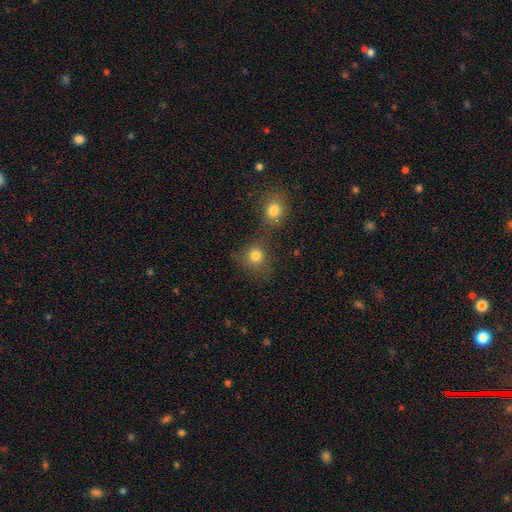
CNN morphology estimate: smooth_or_featured: smooth (p=0.79) [alt: star or artifact p=0.14]
how_rounded: round (p=0.84) [alt: in between p=0.15]
merging: none (p=0.57) [alt: merger p=0.30]